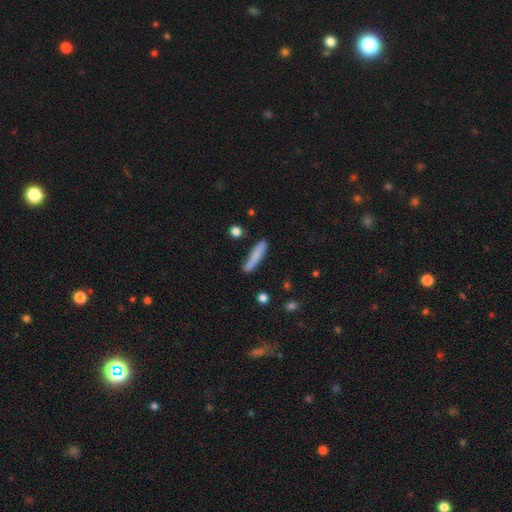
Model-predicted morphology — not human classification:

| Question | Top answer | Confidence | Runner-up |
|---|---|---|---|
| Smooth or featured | smooth | 76% | featured or disk (17%) |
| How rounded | cigar-shaped | 91% | in between (8%) |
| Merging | none | 76% | minor disturbance (16%) |